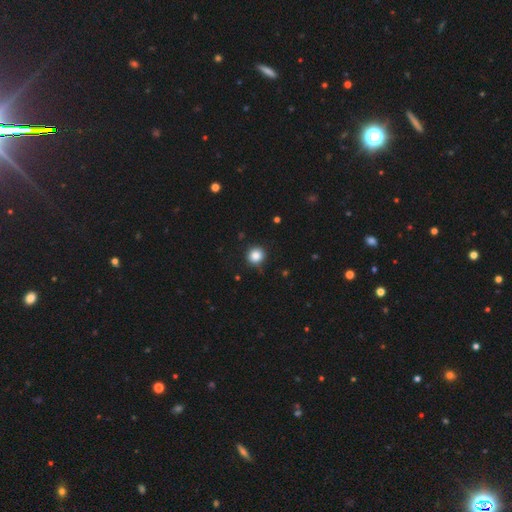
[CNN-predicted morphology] smooth-or-featured: smooth: 86% | star or artifact: 11% | featured or disk: 4%
  how-rounded: round: 93% | in between: 6% | cigar-shaped: 1%
  merging: none: 88% | minor disturbance: 9% | major disturbance: 2% | merger: 1%